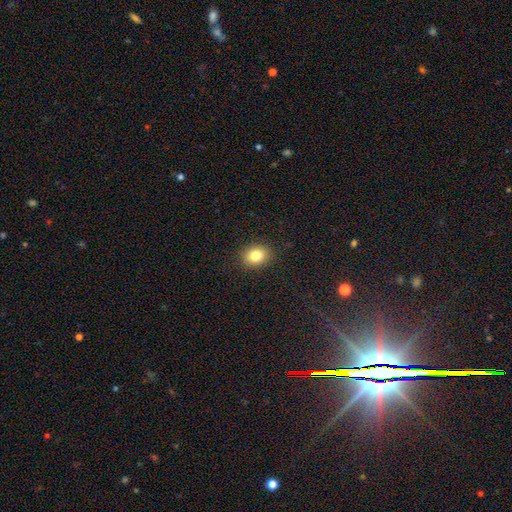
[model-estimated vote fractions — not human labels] Smooth or featured? smooth (82%)
How rounded? in between (51%)
Merging? none (89%)